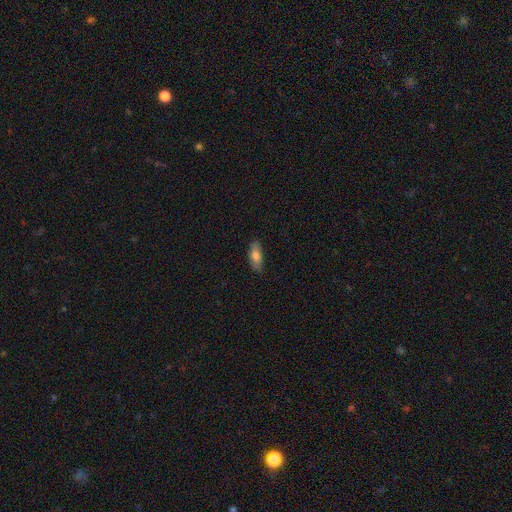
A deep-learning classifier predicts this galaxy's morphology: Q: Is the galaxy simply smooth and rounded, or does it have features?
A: smooth — 76%.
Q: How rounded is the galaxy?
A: in between — 75%.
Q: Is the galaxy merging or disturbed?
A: none — 77%.